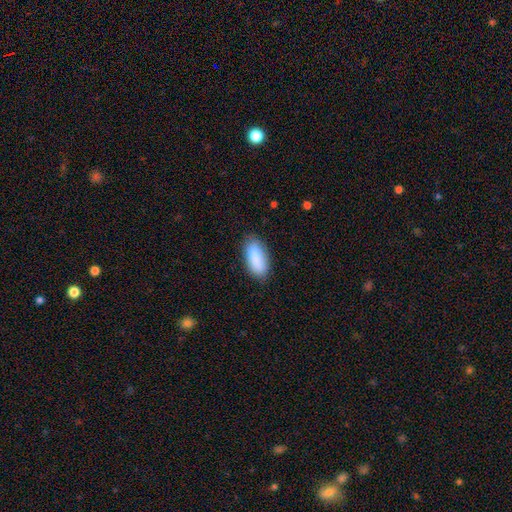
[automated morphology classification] This appears to be a smooth galaxy with no disk features (83%) that is in between round and cigar-shaped (81%). Merging: none (74%).